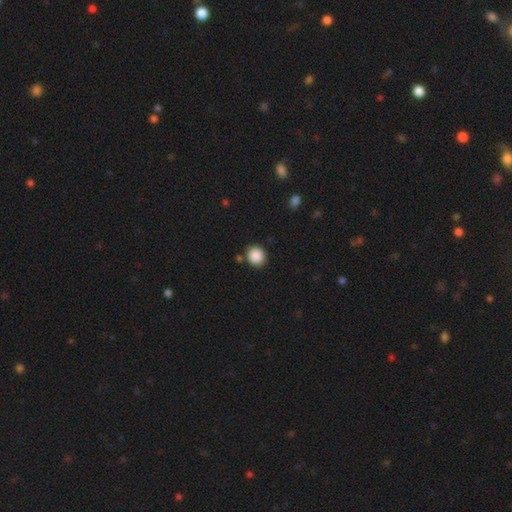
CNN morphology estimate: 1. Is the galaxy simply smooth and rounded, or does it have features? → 88% smooth, 9% star or artifact, 3% featured or disk.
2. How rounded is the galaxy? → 85% round, 14% in between, 1% cigar-shaped.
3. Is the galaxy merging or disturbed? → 86% none, 8% minor disturbance, 4% merger, 2% major disturbance.